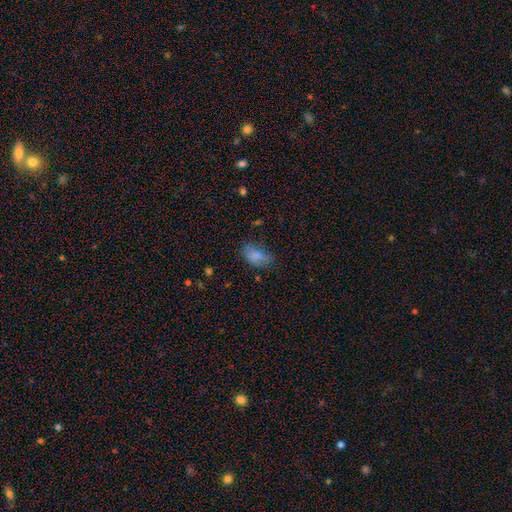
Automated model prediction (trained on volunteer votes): Q: Smooth or featured?
A: smooth (77%); runner-up: featured or disk (13%)
Q: How rounded?
A: in between (90%); runner-up: round (8%)
Q: Merging?
A: none (55%); runner-up: minor disturbance (29%)